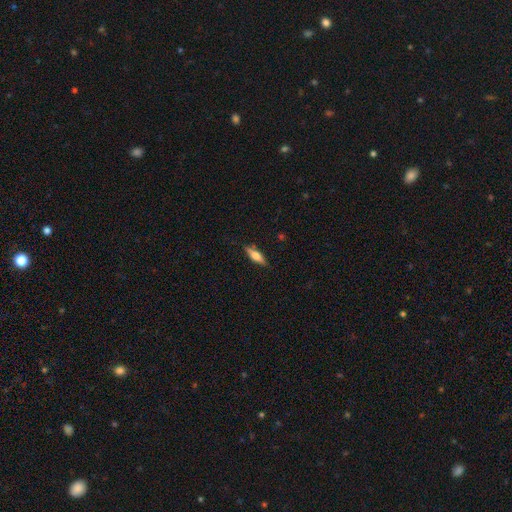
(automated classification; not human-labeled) The model was most divided on "smooth or featured": smooth: 48%, featured or disk: 45%, star or artifact: 6%. More confident: merging — none (84%).